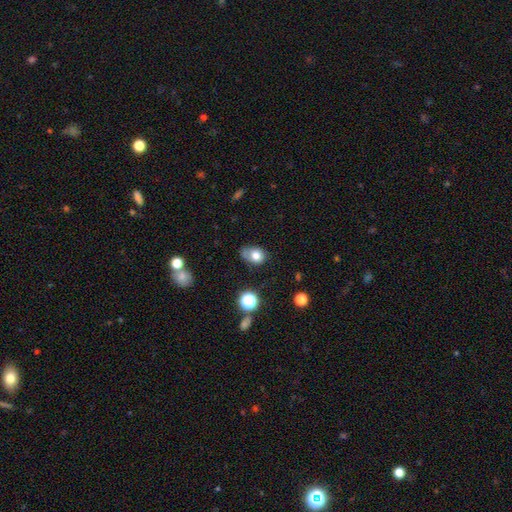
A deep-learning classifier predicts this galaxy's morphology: This appears to be a smooth galaxy with no disk features (73%) that is in between round and cigar-shaped (60%). Merging: none (44%).